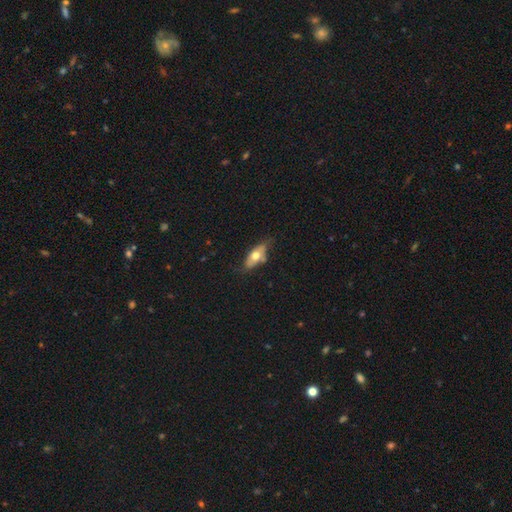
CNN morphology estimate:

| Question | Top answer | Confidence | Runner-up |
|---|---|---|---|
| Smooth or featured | smooth | 59% | featured or disk (34%) |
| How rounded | in between | 79% | cigar-shaped (17%) |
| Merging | none | 61% | minor disturbance (27%) |